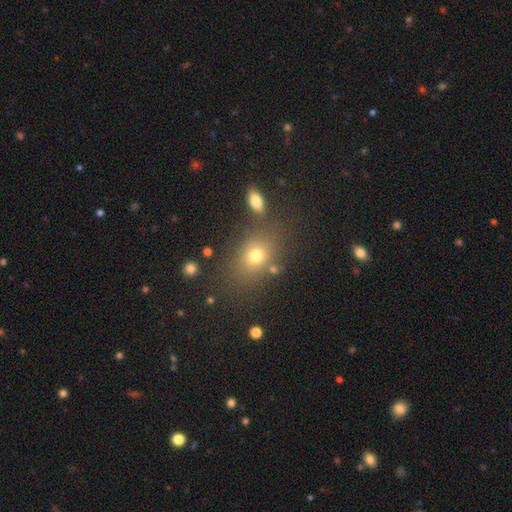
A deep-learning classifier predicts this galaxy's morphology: The model was most divided on "how rounded": in between: 61%, round: 37%, cigar-shaped: 2%. More confident: merging — none (72%); smooth or featured — smooth (71%).